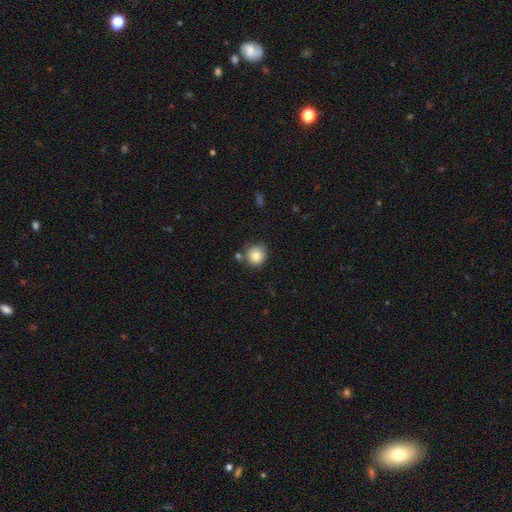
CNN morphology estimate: Overall: smooth (83%). How rounded: round (89%). Merging: none (71%).